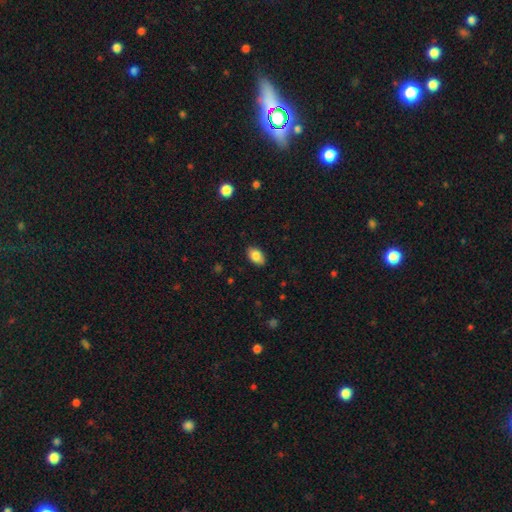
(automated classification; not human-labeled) smooth_or_featured: smooth (p=0.84) [alt: featured or disk p=0.09]
how_rounded: in between (p=0.90) [alt: round p=0.08]
merging: none (p=0.88) [alt: minor disturbance p=0.09]